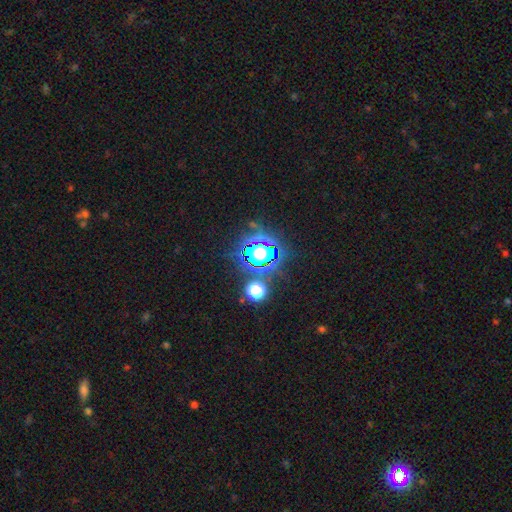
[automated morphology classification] This appears to be a star or artifact, not a galaxy (72%).